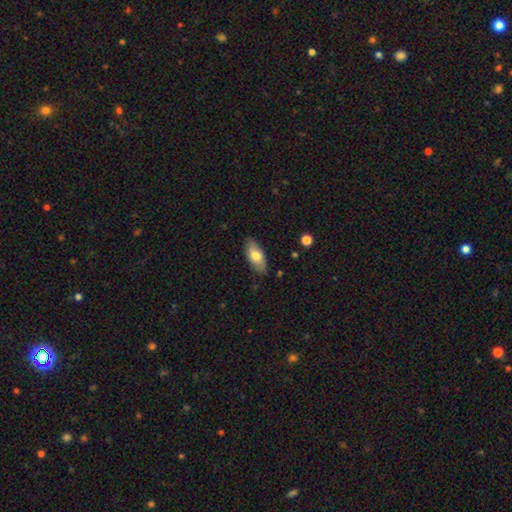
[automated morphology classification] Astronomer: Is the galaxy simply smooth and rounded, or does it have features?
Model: smooth — 72%.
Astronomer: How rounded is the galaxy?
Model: in between — 87%.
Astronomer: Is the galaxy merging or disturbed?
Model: none — 83%.